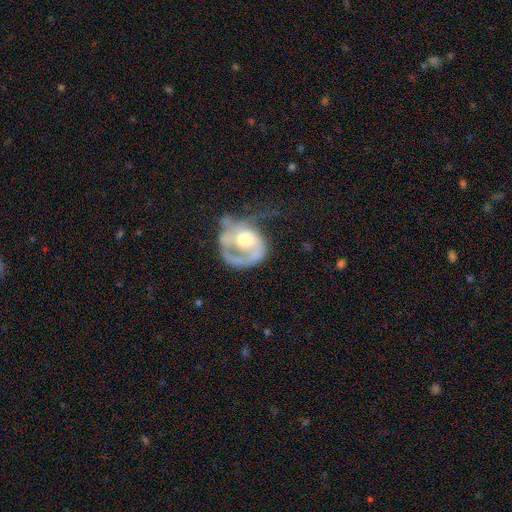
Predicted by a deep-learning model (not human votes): Q: Smooth or featured?
A: featured or disk (77%); runner-up: smooth (16%)
Q: Edge-on disk?
A: no (98%); runner-up: yes (2%)
Q: Bar?
A: no (69%); runner-up: weak (24%)
Q: Spiral arms?
A: yes (78%); runner-up: no (22%)
Q: Spiral winding?
A: medium (38%); runner-up: tight (35%)
Q: Spiral arm count?
A: 1 (51%); runner-up: 2 (32%)
Q: Bulge size?
A: moderate (61%); runner-up: large (24%)
Q: Merging?
A: major disturbance (47%); runner-up: none (28%)